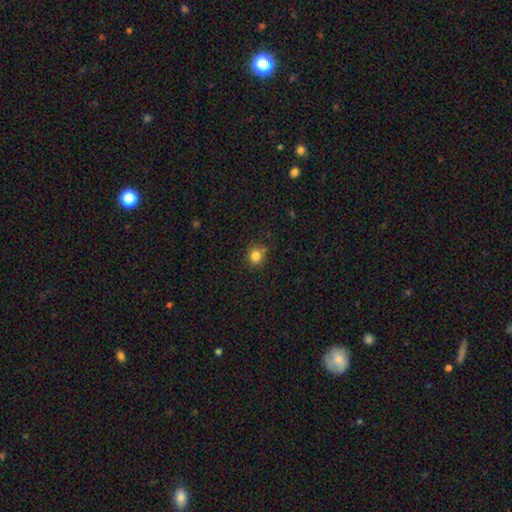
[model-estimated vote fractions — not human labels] This appears to be a smooth galaxy with no disk features (83%) that is round (87%). Merging: none (80%).